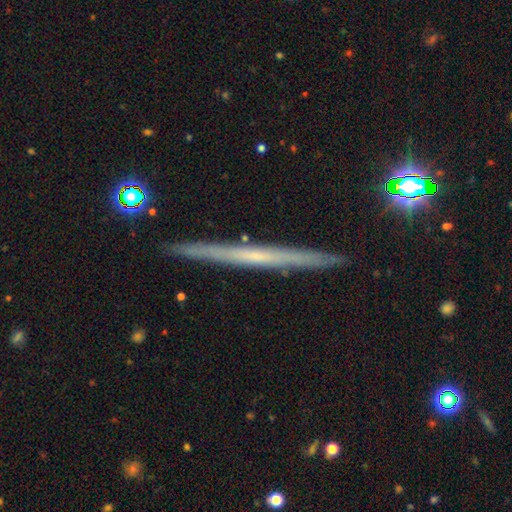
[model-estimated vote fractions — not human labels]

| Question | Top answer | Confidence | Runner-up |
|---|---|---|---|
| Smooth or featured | featured or disk | 61% | smooth (31%) |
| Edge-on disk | yes | 97% | no (3%) |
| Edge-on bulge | none | 86% | rounded (11%) |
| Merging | none | 91% | minor disturbance (6%) |